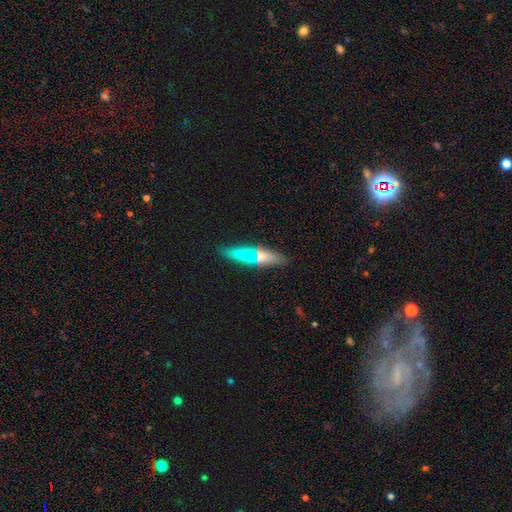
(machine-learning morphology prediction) This appears to be a smooth galaxy with no disk features (65%) that is cigar-shaped (72%). Merging: none (85%).